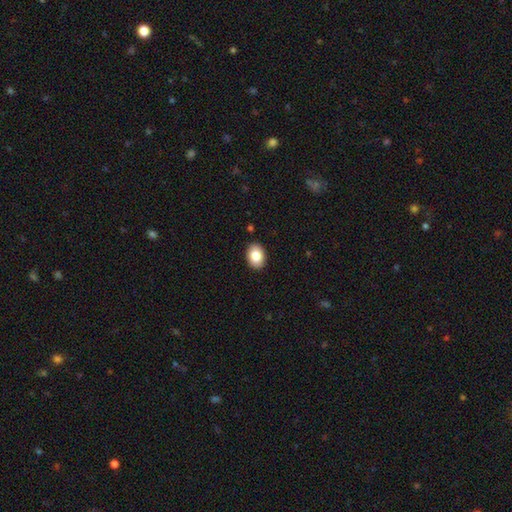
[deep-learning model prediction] Smooth or featured: smooth — 84% (featured or disk — 8%)
How rounded: in between — 75% (round — 24%)
Merging: none — 90% (minor disturbance — 7%)